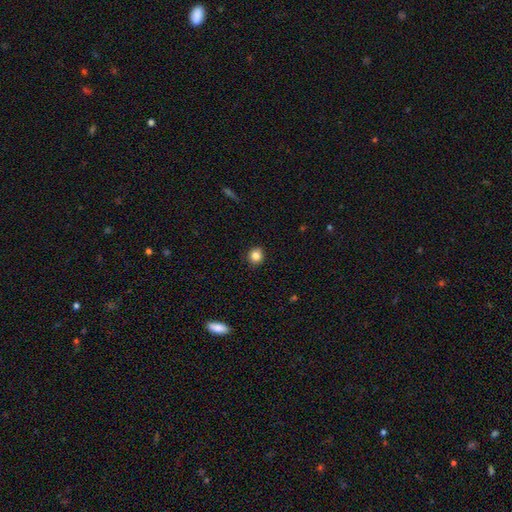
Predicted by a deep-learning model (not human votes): Smooth or featured? Predicted: smooth (p=0.85). How rounded? Predicted: round (p=0.81). Merging? Predicted: none (p=0.89).